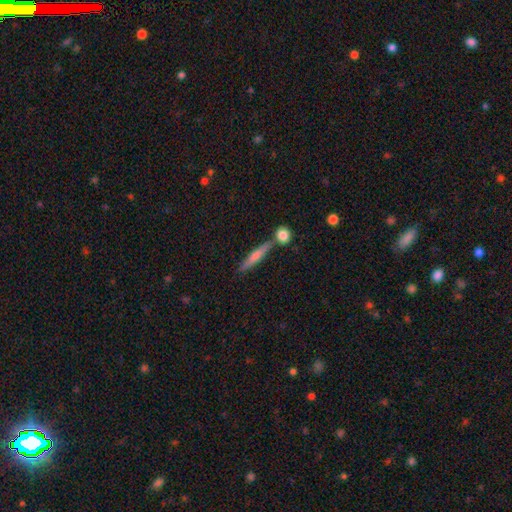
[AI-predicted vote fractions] This is possibly a featured or disk galaxy (55%). It is clearly viewed edge-on (95%). Edge-on bulge: likely rounded (72%). Merging: likely none (79%).